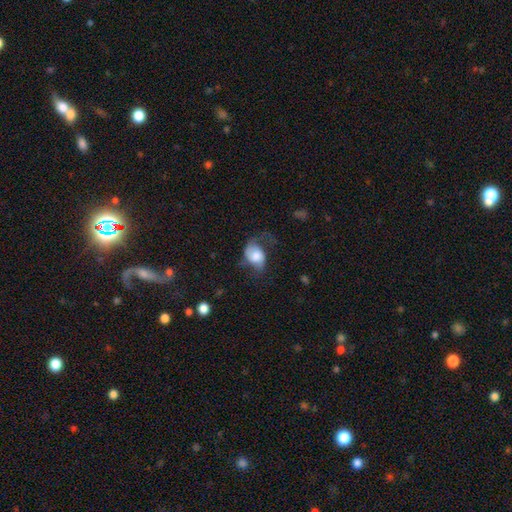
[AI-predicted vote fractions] A smooth galaxy with no disk features (48%). Merging: none (36%).